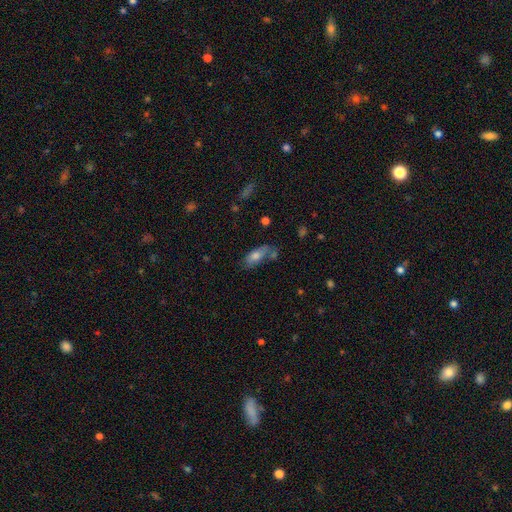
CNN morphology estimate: Smooth or featured?
  - smooth: 72% *
  - featured or disk: 20%
  - star or artifact: 8%
How rounded?
  - in between: 80% *
  - cigar-shaped: 17%
  - round: 3%
Merging?
  - none: 48% *
  - minor disturbance: 23%
  - merger: 19%
  - major disturbance: 10%